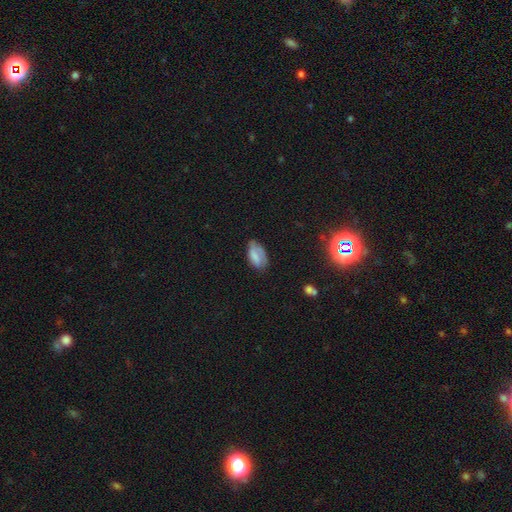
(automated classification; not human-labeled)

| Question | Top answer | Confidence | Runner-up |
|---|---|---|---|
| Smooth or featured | smooth | 66% | featured or disk (24%) |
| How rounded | in between | 92% | round (5%) |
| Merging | none | 54% | minor disturbance (33%) |